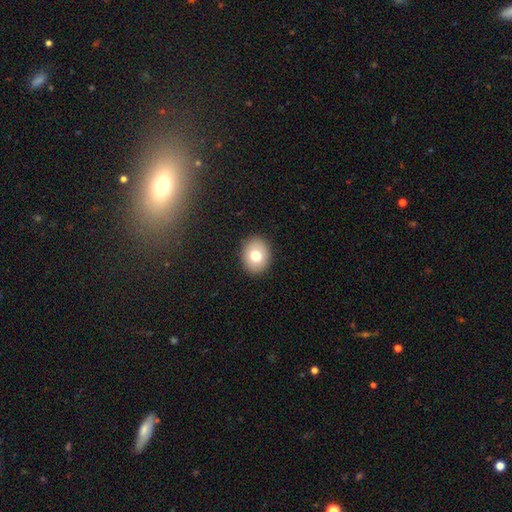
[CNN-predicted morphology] A smooth galaxy with no disk features (75%) that is round (57%). Merging: none (90%).